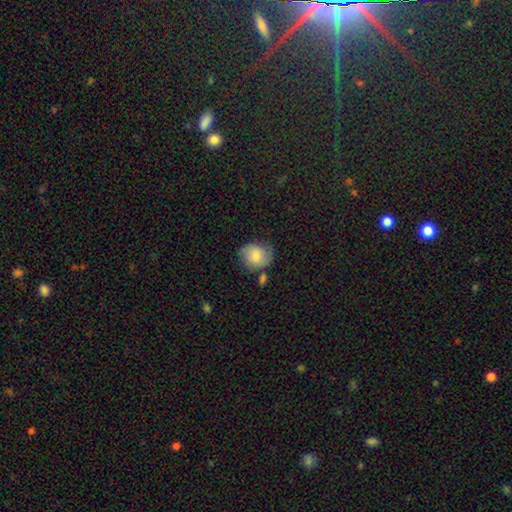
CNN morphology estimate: Smooth or featured? Predicted: smooth (p=0.58). How rounded? Predicted: round (p=0.68). Merging? Predicted: none (p=0.61).